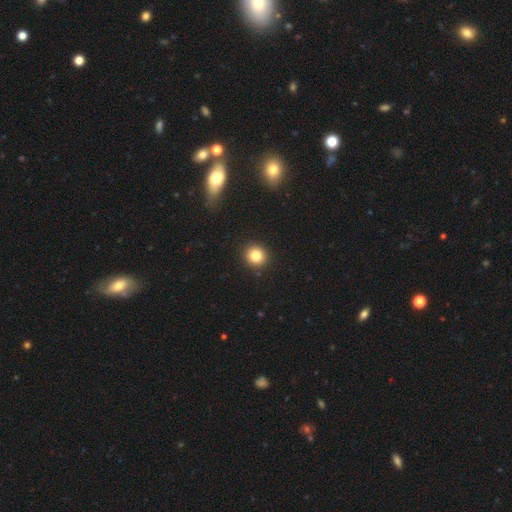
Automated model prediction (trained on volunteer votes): smooth_or_featured: smooth (p=0.83) [alt: star or artifact p=0.11]
how_rounded: round (p=0.91) [alt: in between p=0.08]
merging: none (p=0.92) [alt: minor disturbance p=0.05]